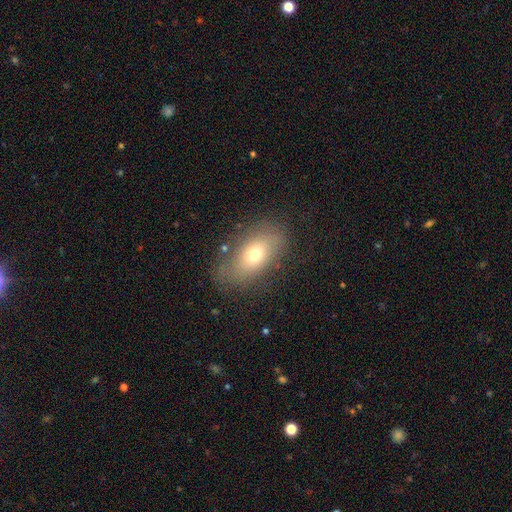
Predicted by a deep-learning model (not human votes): The model was most divided on "smooth or featured": smooth: 65%, featured or disk: 24%, star or artifact: 11%. More confident: how rounded — in between (87%); merging — none (76%).